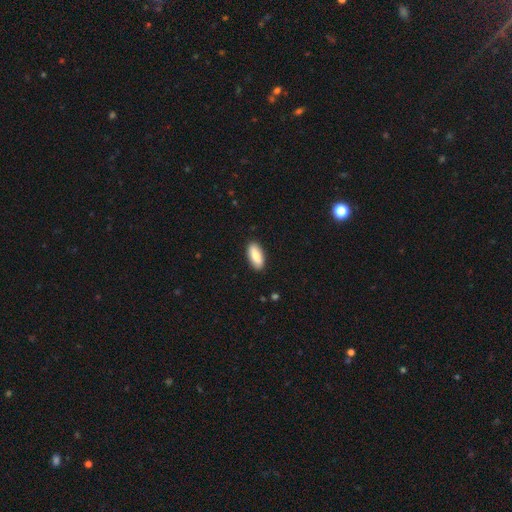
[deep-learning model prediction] This is clearly a smooth galaxy (84%). How rounded: clearly in between (85%). Merging: clearly none (89%).